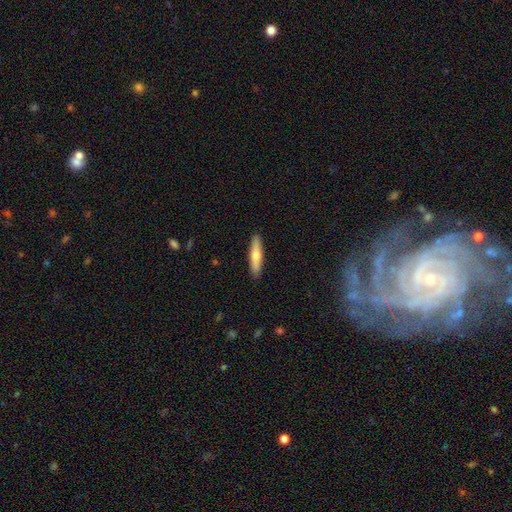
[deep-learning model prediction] Morphology: type=smooth (56%); roundness=cigar-shaped (84%); merging=none (91%).